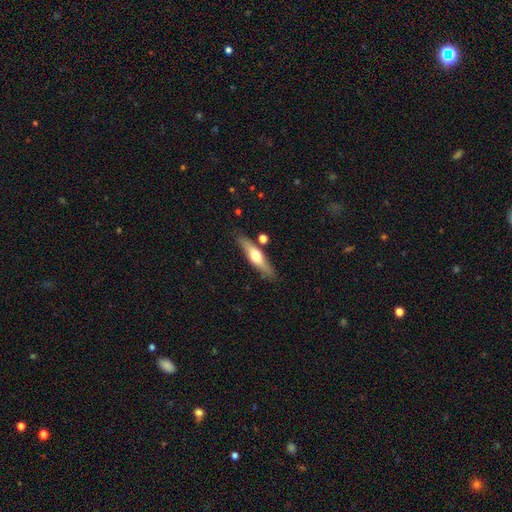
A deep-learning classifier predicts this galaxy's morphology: Smooth or featured?
  - featured or disk: 49% *
  - smooth: 45%
  - star or artifact: 6%
Merging?
  - none: 81% *
  - minor disturbance: 11%
  - merger: 5%
  - major disturbance: 3%